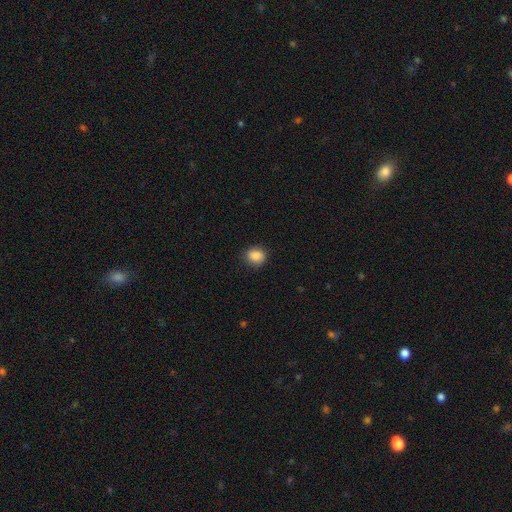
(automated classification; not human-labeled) Smooth or featured: smooth — 88% (star or artifact — 9%)
How rounded: round — 68% (in between — 31%)
Merging: none — 83% (minor disturbance — 13%)